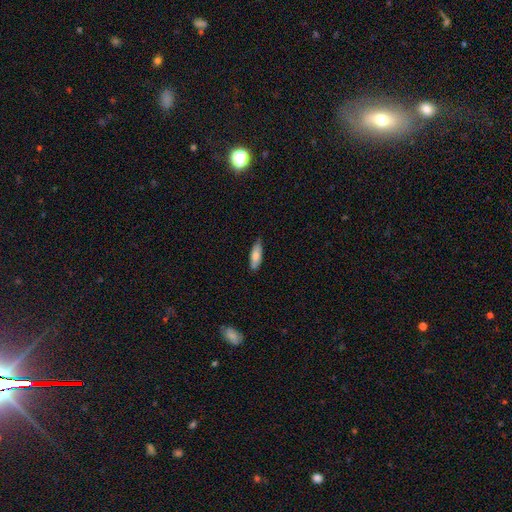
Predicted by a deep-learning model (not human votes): This appears to be a smooth galaxy with no disk features (76%) that is in between round and cigar-shaped (66%). Merging: none (78%).